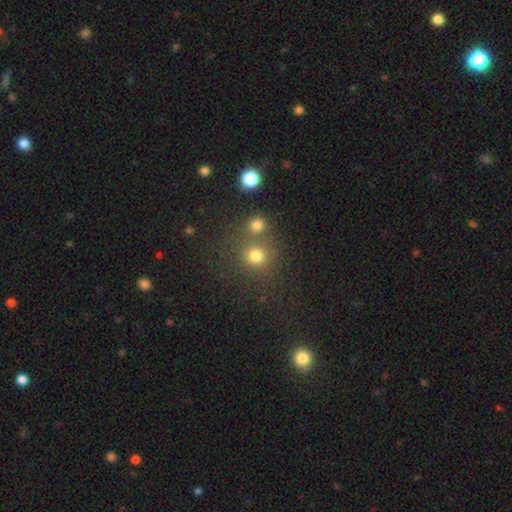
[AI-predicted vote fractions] Overall: smooth (76%). How rounded: round (89%). Merging: none (62%; merger 26%).